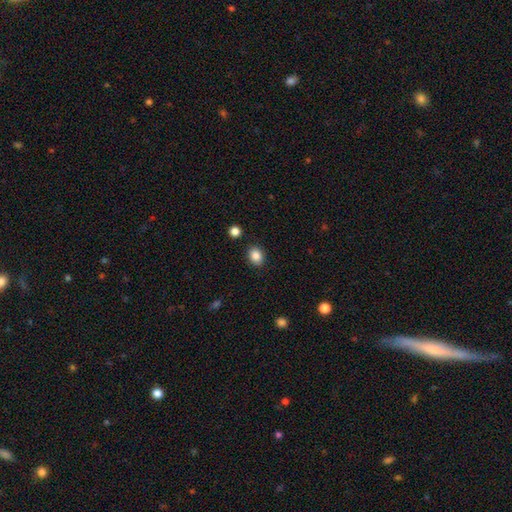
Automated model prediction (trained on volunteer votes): The model was most divided on "how rounded": in between: 52%, round: 47%, cigar-shaped: 1%. More confident: merging — none (87%); smooth or featured — smooth (87%).